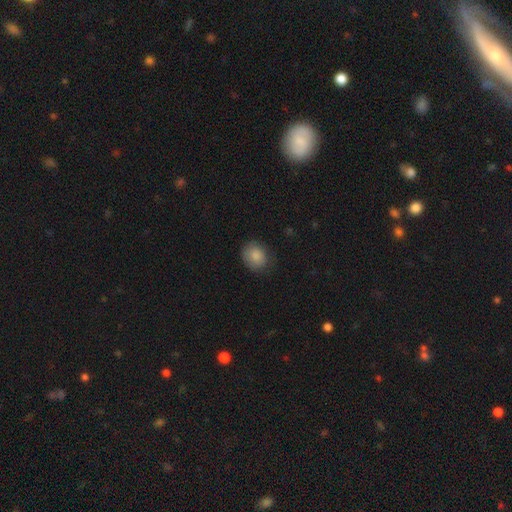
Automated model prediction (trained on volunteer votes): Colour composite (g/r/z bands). It shows a smooth galaxy with no disk features (85%) that is round (67%). Merging: none (75%).